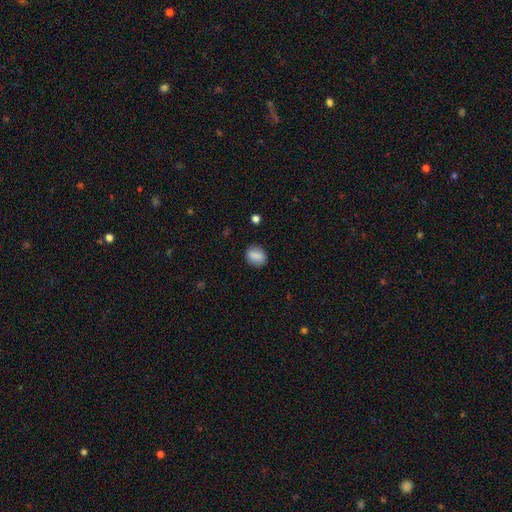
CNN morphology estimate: Smooth or featured? Predicted: smooth (p=0.83). How rounded? Predicted: in between (p=0.51). Merging? Predicted: none (p=0.84).